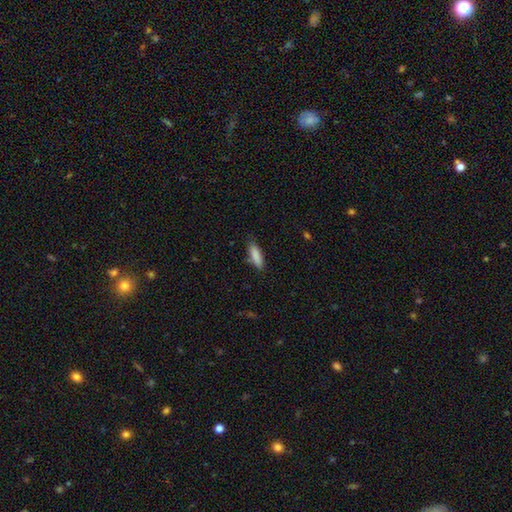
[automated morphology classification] Smooth or featured? smooth (88%)
How rounded? cigar-shaped (50%)
Merging? none (82%)